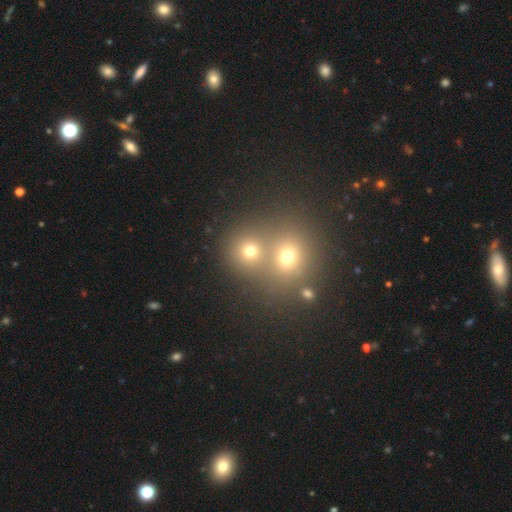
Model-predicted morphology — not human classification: Q: Smooth or featured?
A: smooth (55%); runner-up: star or artifact (31%)
Q: How rounded?
A: round (85%); runner-up: in between (13%)
Q: Merging?
A: merger (47%); runner-up: none (44%)